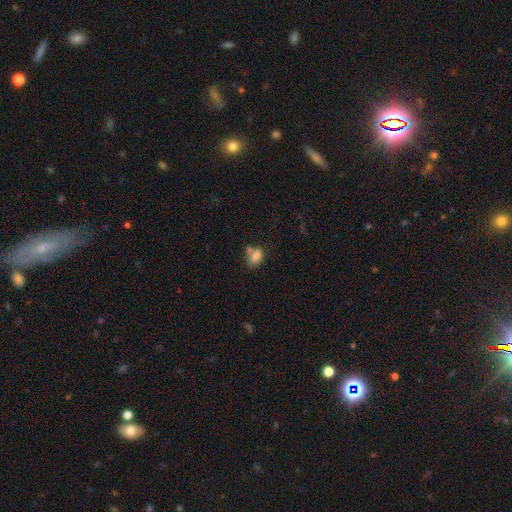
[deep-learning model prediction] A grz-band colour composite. It shows a smooth galaxy with no disk features (80%) that is in between round and cigar-shaped (80%). Merging: none (45%).